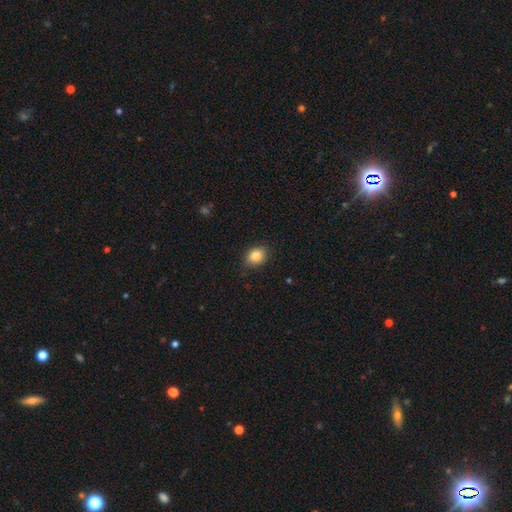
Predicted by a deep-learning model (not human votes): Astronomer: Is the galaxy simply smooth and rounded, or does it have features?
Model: smooth — 81%.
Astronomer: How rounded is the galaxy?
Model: round — 50% (runner-up: in between, 49%).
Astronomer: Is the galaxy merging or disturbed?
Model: none — 78%.